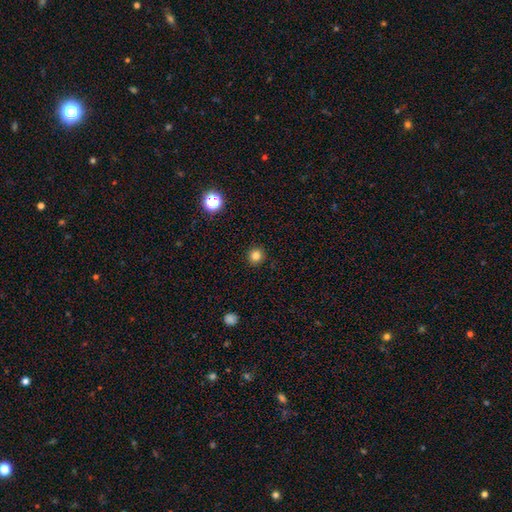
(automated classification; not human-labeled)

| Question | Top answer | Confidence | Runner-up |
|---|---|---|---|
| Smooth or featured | smooth | 81% | star or artifact (14%) |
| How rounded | round | 93% | in between (6%) |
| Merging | none | 92% | minor disturbance (5%) |